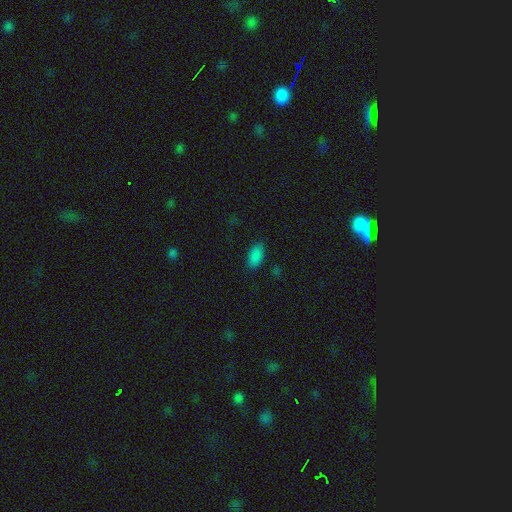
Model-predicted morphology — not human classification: smooth 86%, star or artifact 11%, featured or disk 3%. Down the decision tree: how rounded — in between (93%); merging — none (86%).